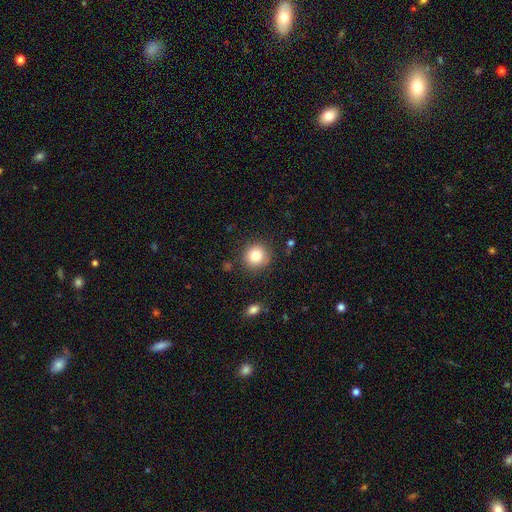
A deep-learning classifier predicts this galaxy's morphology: A smooth galaxy with no disk features (81%) that is round (91%).

Vote fractions:
- Smooth or featured? smooth: 81% / star or artifact: 10% / featured or disk: 8%
- How rounded? round: 91% / in between: 8% / cigar-shaped: 1%
- Merging? none: 87% / minor disturbance: 9% / major disturbance: 3% / merger: 2%